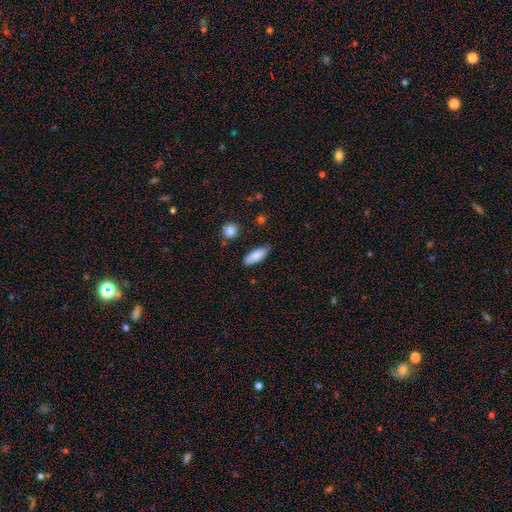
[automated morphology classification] A smooth galaxy with no disk features (85%) that is in between round and cigar-shaped (70%).

Vote fractions:
- Smooth or featured? smooth: 85% / featured or disk: 8% / star or artifact: 6%
- How rounded? in between: 70% / cigar-shaped: 28% / round: 2%
- Merging? none: 78% / minor disturbance: 16% / major disturbance: 3% / merger: 2%